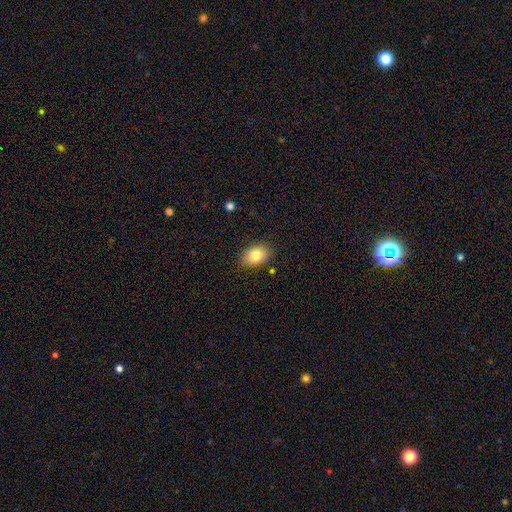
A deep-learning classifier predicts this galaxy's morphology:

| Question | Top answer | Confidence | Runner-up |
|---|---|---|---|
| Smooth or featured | smooth | 82% | featured or disk (11%) |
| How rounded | in between | 82% | round (17%) |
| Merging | none | 83% | minor disturbance (13%) |